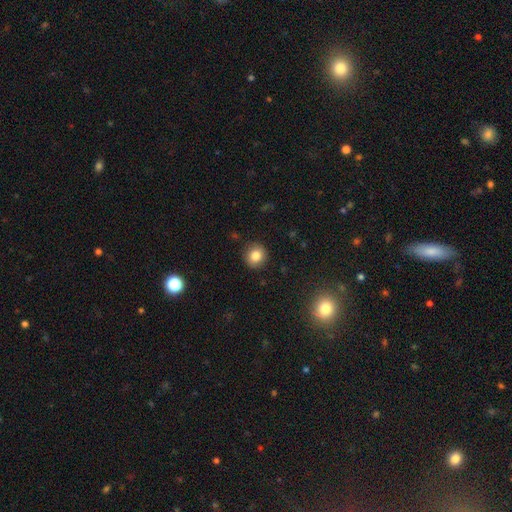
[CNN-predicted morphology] smooth 83%, star or artifact 10%, featured or disk 7%. Down the decision tree: how rounded — round (90%); merging — none (91%).